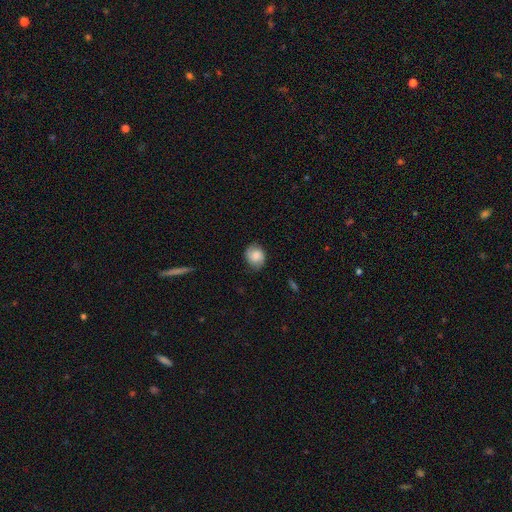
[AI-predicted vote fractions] Smooth or featured? smooth (58%)
How rounded? round (58%)
Merging? none (76%)